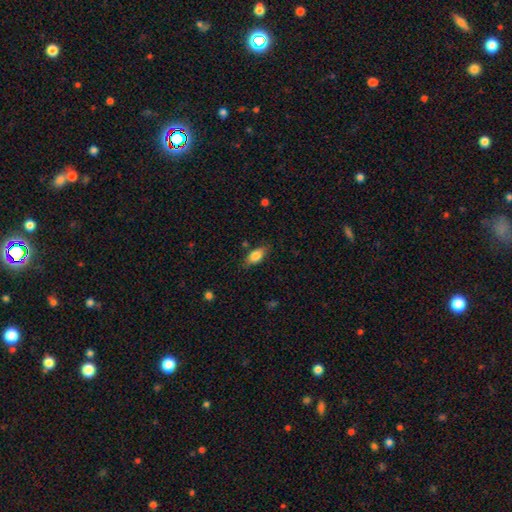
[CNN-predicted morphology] Q: Smooth or featured?
A: smooth (82%); runner-up: featured or disk (10%)
Q: How rounded?
A: in between (88%); runner-up: cigar-shaped (8%)
Q: Merging?
A: none (79%); runner-up: minor disturbance (15%)